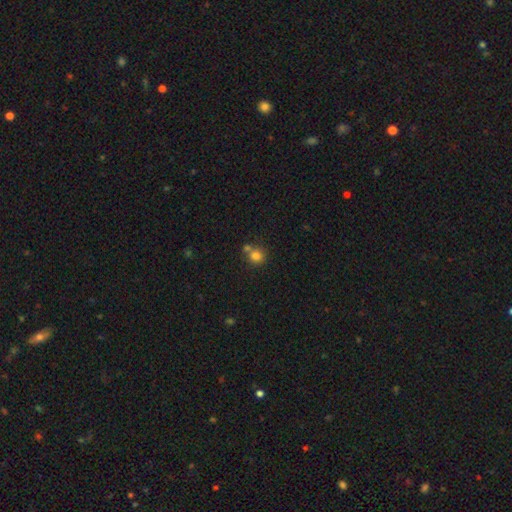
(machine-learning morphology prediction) This appears to be a smooth galaxy with no disk features (79%) that is round (89%). Merging: none (56%).